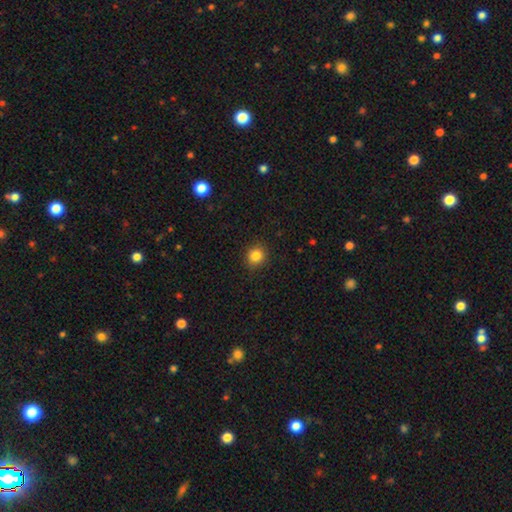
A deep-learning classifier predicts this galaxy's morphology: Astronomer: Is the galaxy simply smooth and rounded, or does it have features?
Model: smooth — 84%.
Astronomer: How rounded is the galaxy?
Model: round — 88%.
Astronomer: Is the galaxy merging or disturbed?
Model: none — 90%.